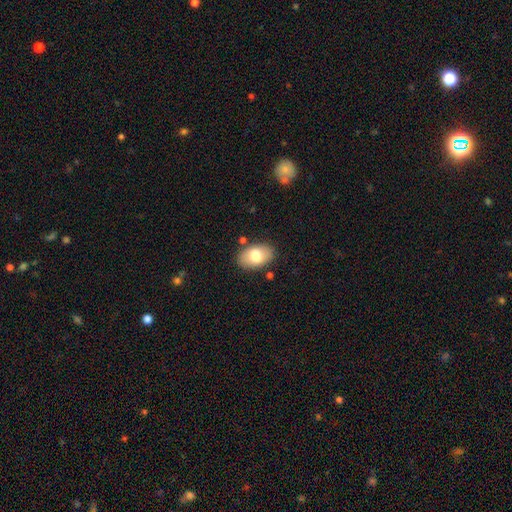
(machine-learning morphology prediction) A smooth galaxy with no disk features (74%) that is in between round and cigar-shaped (90%). Merging: none (83%).